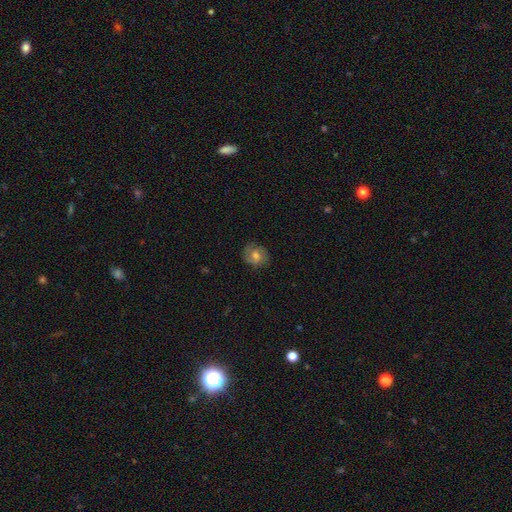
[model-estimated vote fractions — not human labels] Smooth or featured?
  - smooth: 50% *
  - featured or disk: 40%
  - star or artifact: 9%
How rounded?
  - round: 69% *
  - in between: 30%
  - cigar-shaped: 1%
Merging?
  - none: 80% *
  - minor disturbance: 15%
  - major disturbance: 4%
  - merger: 1%